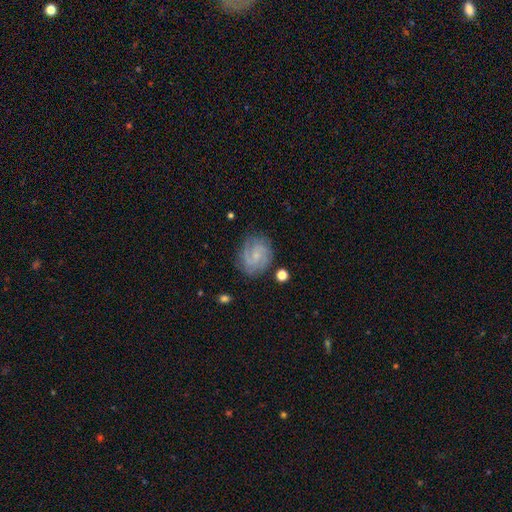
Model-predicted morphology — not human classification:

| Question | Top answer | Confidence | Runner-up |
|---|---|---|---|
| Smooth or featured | featured or disk | 76% | smooth (16%) |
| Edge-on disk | no | 98% | yes (2%) |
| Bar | no | 51% | weak (42%) |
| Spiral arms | yes | 94% | no (6%) |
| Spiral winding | tight | 49% | medium (40%) |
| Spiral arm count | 2 | 42% | 3 (22%) |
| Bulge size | small | 71% | moderate (16%) |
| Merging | none | 76% | minor disturbance (16%) |